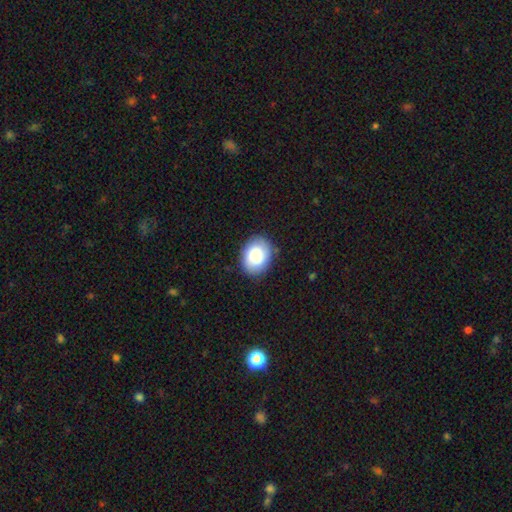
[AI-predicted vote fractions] The model was most divided on "how rounded": in between: 67%, round: 32%, cigar-shaped: 1%. More confident: smooth or featured — smooth (84%); merging — none (84%).